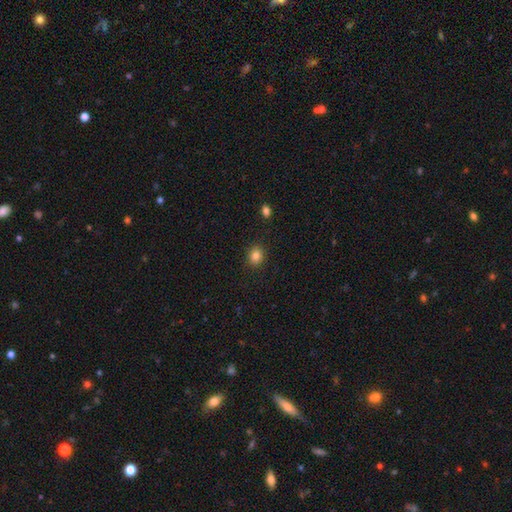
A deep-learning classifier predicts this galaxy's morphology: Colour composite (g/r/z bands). It shows a smooth galaxy with no disk features (85%) that is round (63%). Merging: none (89%).